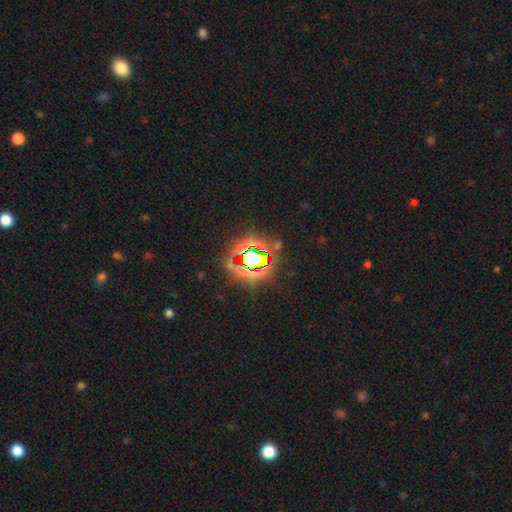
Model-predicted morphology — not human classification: This appears to be a star or artifact, not a galaxy (75%).